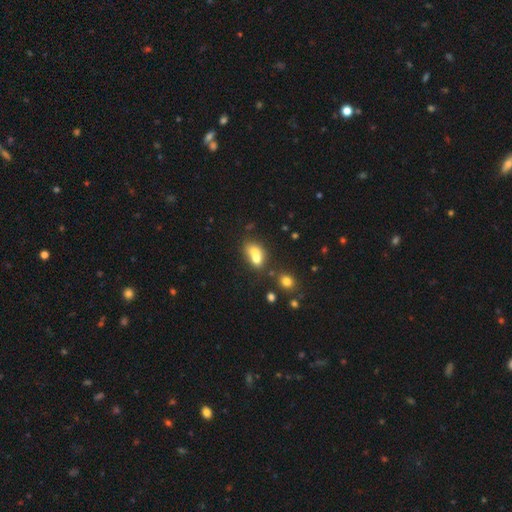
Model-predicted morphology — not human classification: A smooth galaxy with no disk features (68%) that is in between round and cigar-shaped (61%). Merging: merger (65%).